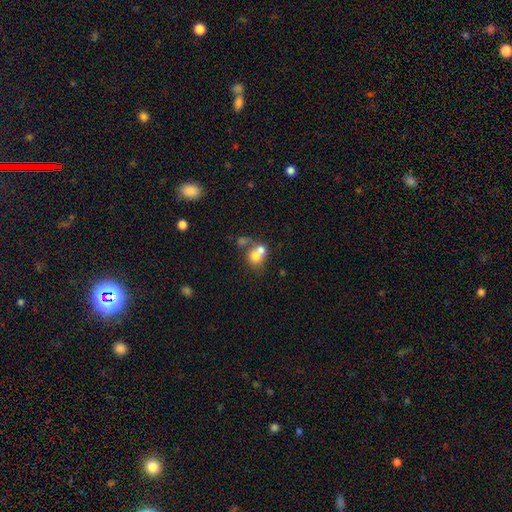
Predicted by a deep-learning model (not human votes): Smooth or featured? smooth (67%)
How rounded? round (66%)
Merging? merger (65%)